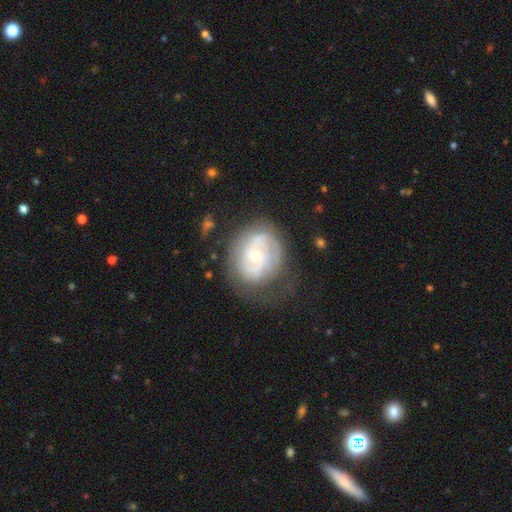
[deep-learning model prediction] The model was most divided on "spiral arm count": 2: 39%, can't tell: 35%, 3: 13%, 1: 6%, 4: 4%, more than 4: 3%. More confident: edge-on disk — no (97%); spiral arms — yes (86%); smooth or featured — featured or disk (76%); bar — no (70%); bulge size — small (64%); merging — none (61%); spiral winding — tight (58%).